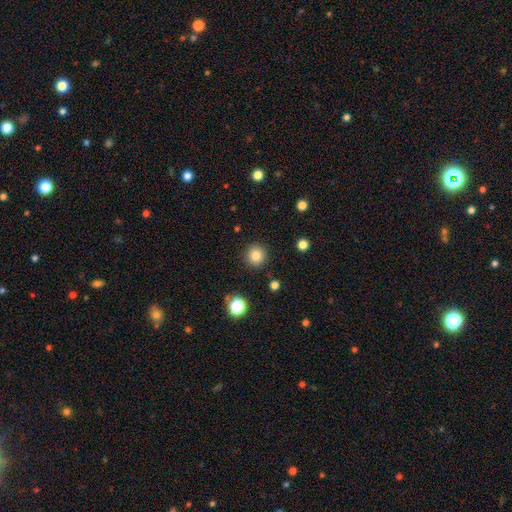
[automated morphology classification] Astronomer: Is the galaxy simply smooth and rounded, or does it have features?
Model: smooth — 83%.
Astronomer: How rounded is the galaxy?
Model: round — 94%.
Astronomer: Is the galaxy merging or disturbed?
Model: none — 90%.